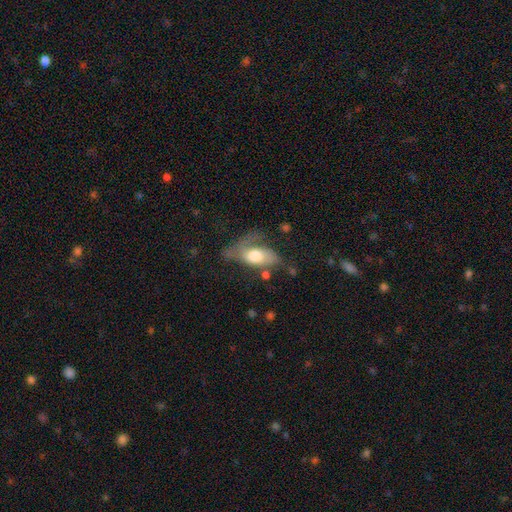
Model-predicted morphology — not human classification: A smooth galaxy with no disk features (56%) that is in between round and cigar-shaped (87%).

Vote fractions:
- Smooth or featured? smooth: 56% / featured or disk: 37% / star or artifact: 7%
- How rounded? in between: 87% / cigar-shaped: 8% / round: 5%
- Merging? major disturbance: 39% / minor disturbance: 28% / none: 27% / merger: 6%